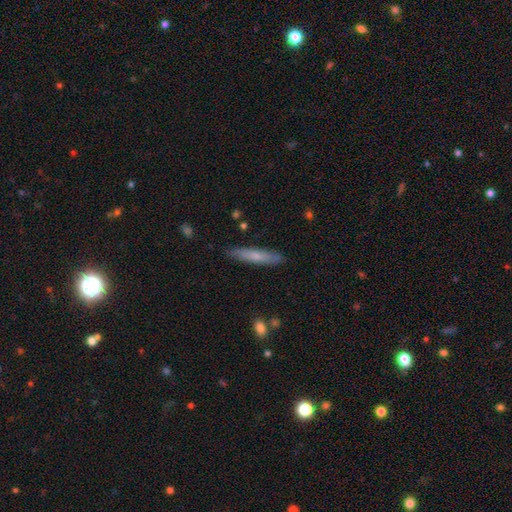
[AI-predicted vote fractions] smooth-or-featured: smooth: 64% | featured or disk: 30% | star or artifact: 6%
  how-rounded: cigar-shaped: 89% | in between: 9% | round: 1%
  merging: none: 85% | minor disturbance: 11% | major disturbance: 2% | merger: 1%